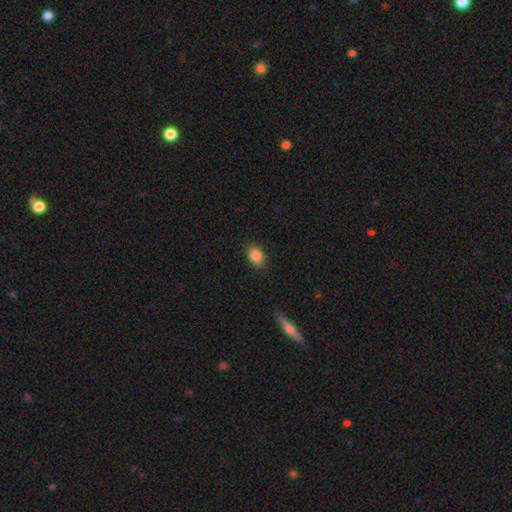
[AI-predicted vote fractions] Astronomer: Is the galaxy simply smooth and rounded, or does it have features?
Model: smooth — 86%.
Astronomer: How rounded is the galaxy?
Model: in between — 76%.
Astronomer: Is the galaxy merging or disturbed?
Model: none — 85%.